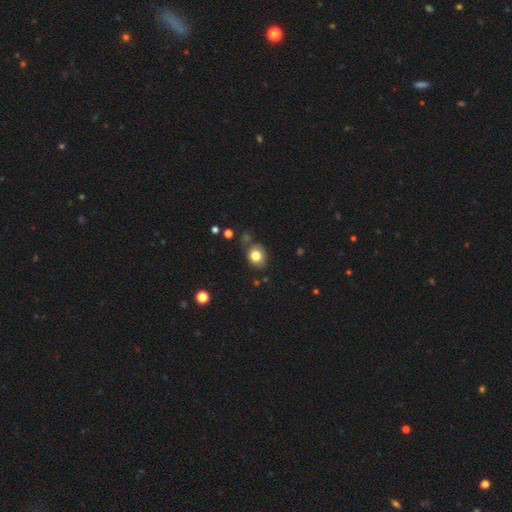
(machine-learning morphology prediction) Smooth or featured: smooth — 80% (star or artifact — 11%)
How rounded: round — 61% (in between — 38%)
Merging: none — 75% (minor disturbance — 15%)